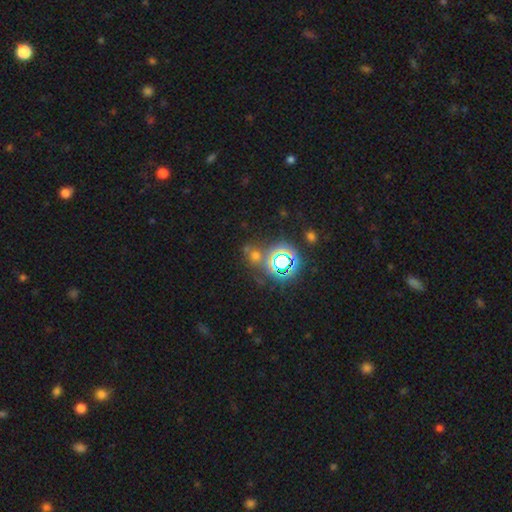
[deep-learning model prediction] Smooth or featured?
  - star or artifact: 50% *
  - smooth: 40%
  - featured or disk: 10%